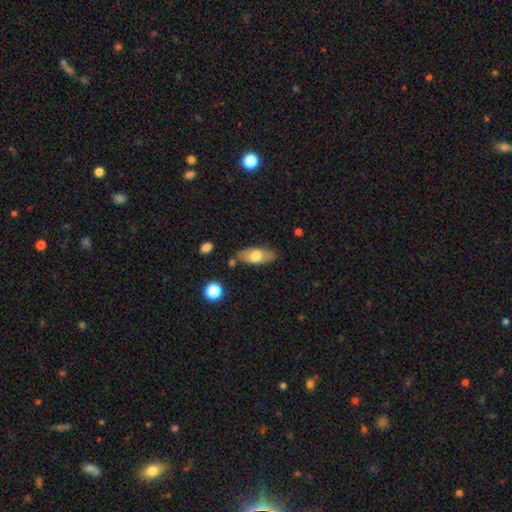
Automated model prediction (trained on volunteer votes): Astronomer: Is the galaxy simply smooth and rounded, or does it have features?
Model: smooth — 65%.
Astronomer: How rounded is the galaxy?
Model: in between — 85%.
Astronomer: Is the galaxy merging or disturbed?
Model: none — 78%.